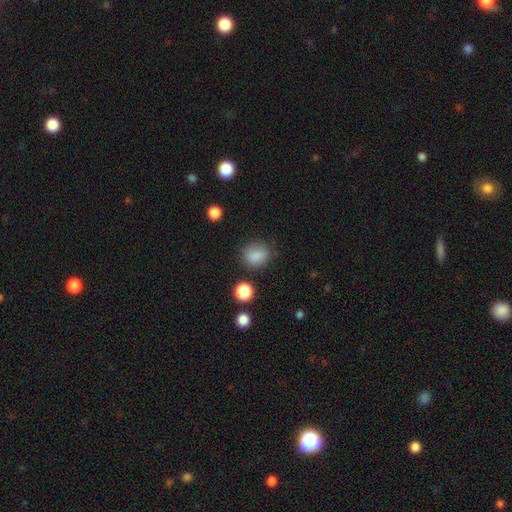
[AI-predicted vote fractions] The model was most divided on "how rounded": round: 62%, in between: 36%, cigar-shaped: 1%. More confident: smooth or featured — smooth (84%); merging — none (76%).